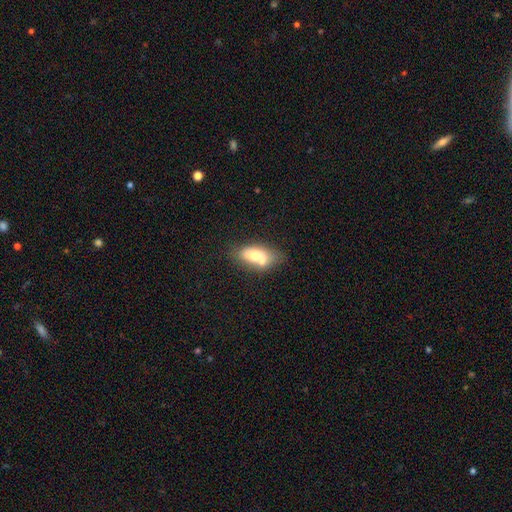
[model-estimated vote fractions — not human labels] A smooth galaxy with no disk features (68%) that is in between round and cigar-shaped (85%). Merging: none (40%).